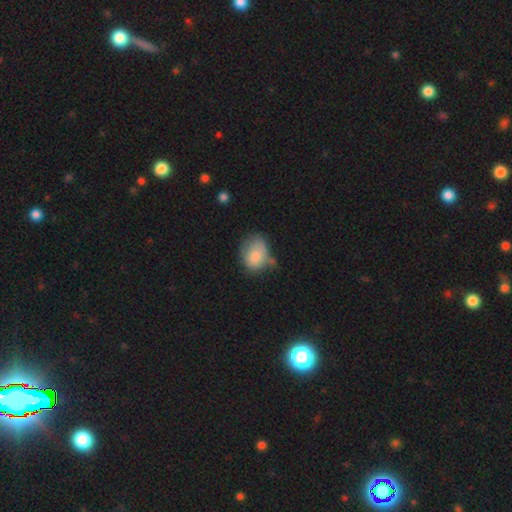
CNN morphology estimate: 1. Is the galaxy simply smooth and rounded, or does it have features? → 79% smooth, 13% featured or disk, 7% star or artifact.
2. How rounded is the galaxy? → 58% in between, 41% round, 1% cigar-shaped.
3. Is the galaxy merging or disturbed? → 39% none, 37% minor disturbance, 15% major disturbance, 9% merger.